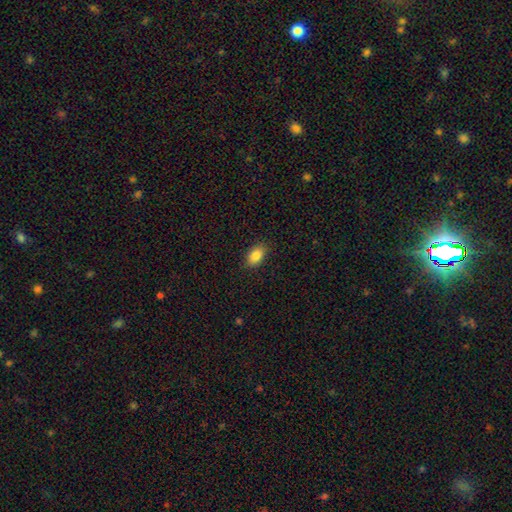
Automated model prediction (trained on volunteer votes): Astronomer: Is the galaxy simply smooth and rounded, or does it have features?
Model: smooth — 85%.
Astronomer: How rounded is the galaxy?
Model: in between — 88%.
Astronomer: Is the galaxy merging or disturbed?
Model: none — 88%.